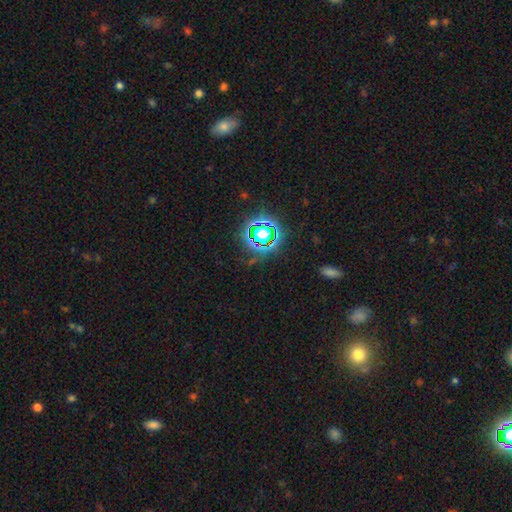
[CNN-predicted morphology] The model was most divided on "smooth or featured": star or artifact: 78%, smooth: 15%, featured or disk: 8%.